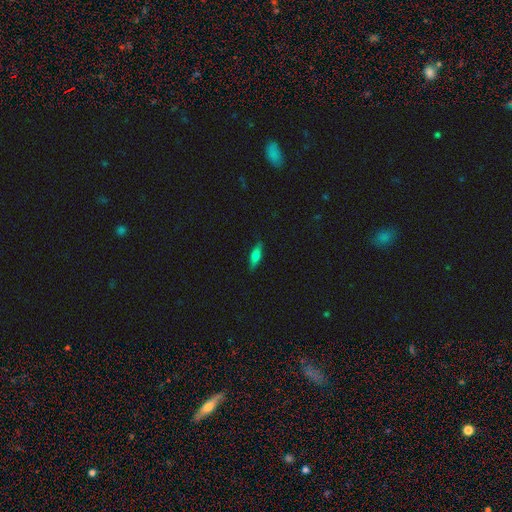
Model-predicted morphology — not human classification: Smooth or featured?
  - smooth: 61% *
  - featured or disk: 32%
  - star or artifact: 7%
How rounded?
  - cigar-shaped: 58% *
  - in between: 39%
  - round: 3%
Merging?
  - none: 87% *
  - minor disturbance: 10%
  - major disturbance: 2%
  - merger: 1%